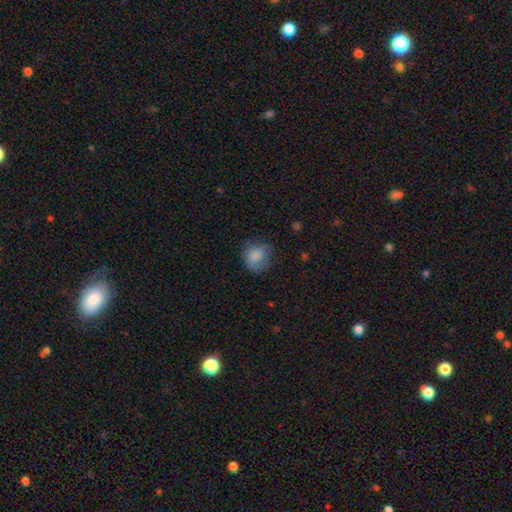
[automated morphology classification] A smooth galaxy with no disk features (78%) that is round (68%).

Vote fractions:
- Smooth or featured? smooth: 78% / featured or disk: 13% / star or artifact: 9%
- How rounded? round: 68% / in between: 31% / cigar-shaped: 1%
- Merging? none: 55% / minor disturbance: 28% / major disturbance: 16% / merger: 1%